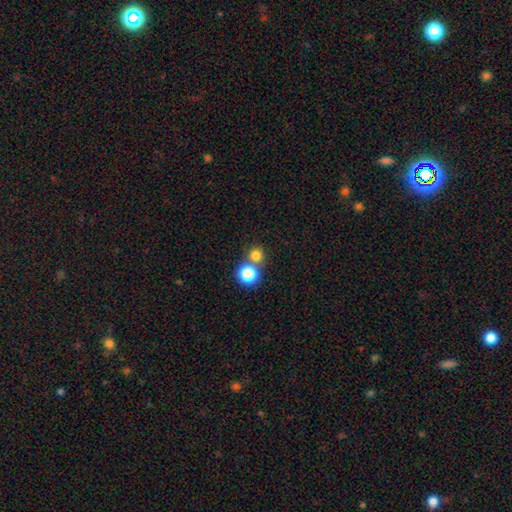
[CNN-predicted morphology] Q: Smooth or featured?
A: smooth (76%); runner-up: star or artifact (17%)
Q: How rounded?
A: round (90%); runner-up: in between (9%)
Q: Merging?
A: none (59%); runner-up: merger (32%)